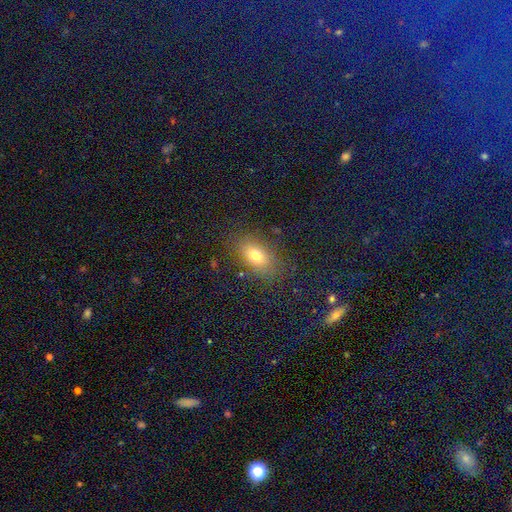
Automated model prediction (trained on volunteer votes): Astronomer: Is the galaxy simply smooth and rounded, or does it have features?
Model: smooth — 73%.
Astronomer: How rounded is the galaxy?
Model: in between — 84%.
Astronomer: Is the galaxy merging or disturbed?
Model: none — 83%.